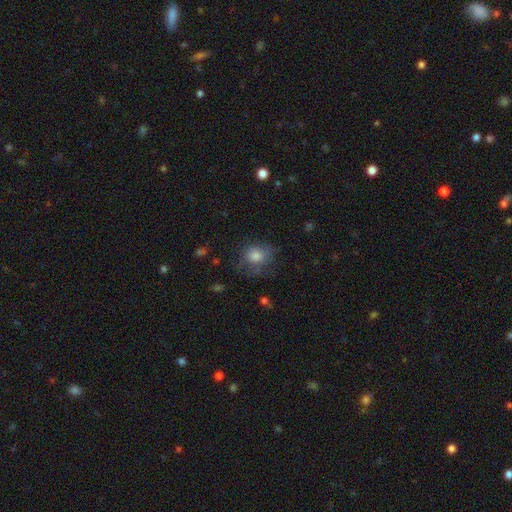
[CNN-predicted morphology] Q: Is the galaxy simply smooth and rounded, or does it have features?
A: smooth — 74%.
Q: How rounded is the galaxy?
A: round — 68%.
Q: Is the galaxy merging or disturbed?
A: none — 60%.